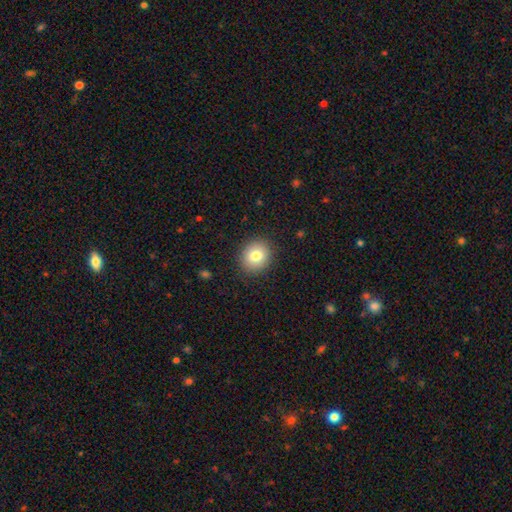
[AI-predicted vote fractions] Smooth or featured?
  - smooth: 81% *
  - featured or disk: 10%
  - star or artifact: 9%
How rounded?
  - round: 73% *
  - in between: 26%
  - cigar-shaped: 1%
Merging?
  - none: 89% *
  - minor disturbance: 7%
  - major disturbance: 2%
  - merger: 1%